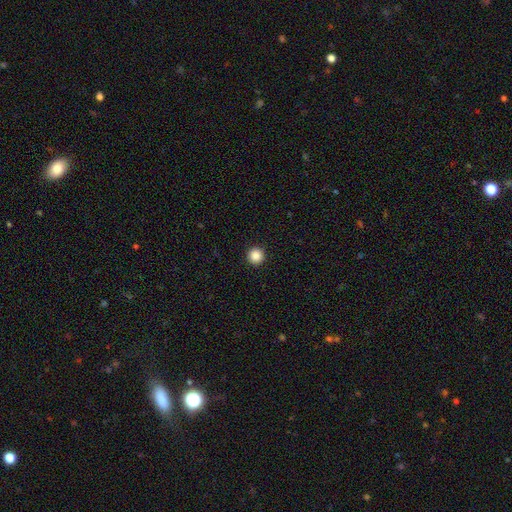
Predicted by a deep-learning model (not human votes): Smooth or featured?
  - smooth: 88% *
  - star or artifact: 10%
  - featured or disk: 2%
How rounded?
  - round: 96% *
  - in between: 3%
  - cigar-shaped: 1%
Merging?
  - none: 94% *
  - minor disturbance: 4%
  - major disturbance: 1%
  - merger: 1%